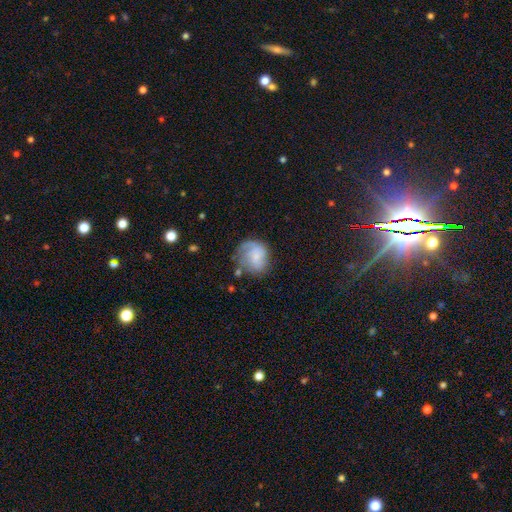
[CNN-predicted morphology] type=smooth (51%); roundness=round (71%); merging=none (49%).